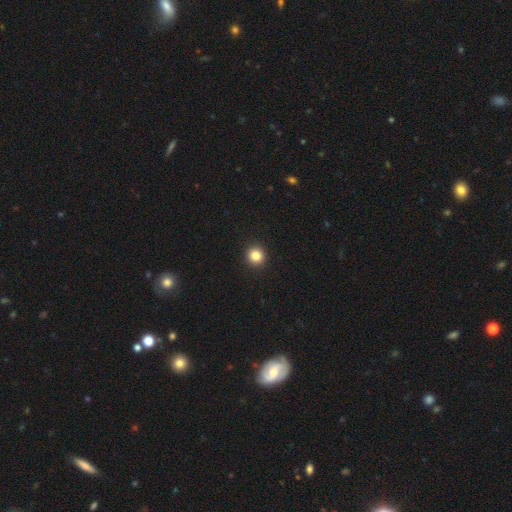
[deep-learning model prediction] smooth 84%, star or artifact 11%, featured or disk 5%. Down the decision tree: how rounded — round (93%); merging — none (94%).